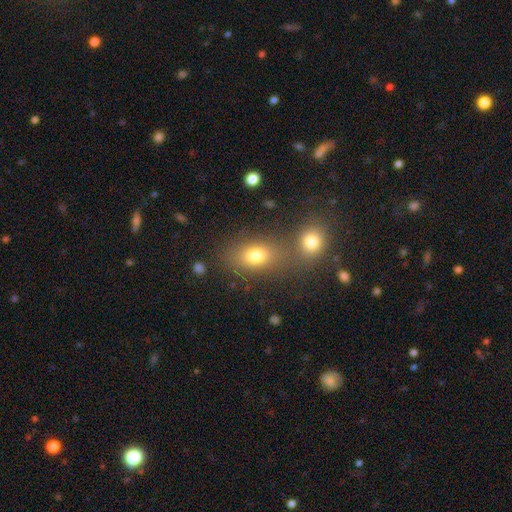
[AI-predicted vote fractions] This is likely a smooth galaxy (76%). How rounded: likely in between (70%). Merging: possibly none (53%).